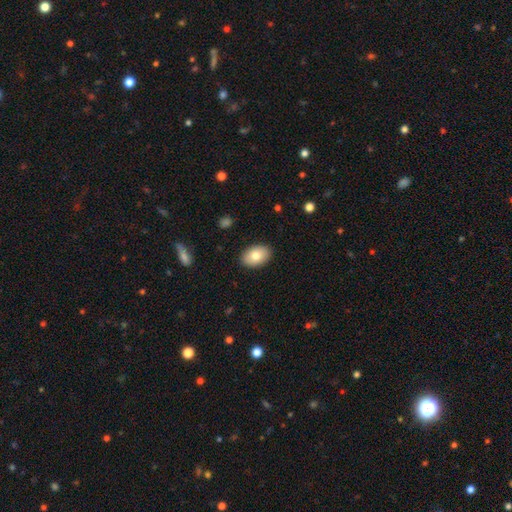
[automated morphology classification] Smooth or featured? Predicted: smooth (p=0.79). How rounded? Predicted: in between (p=0.88). Merging? Predicted: none (p=0.88).